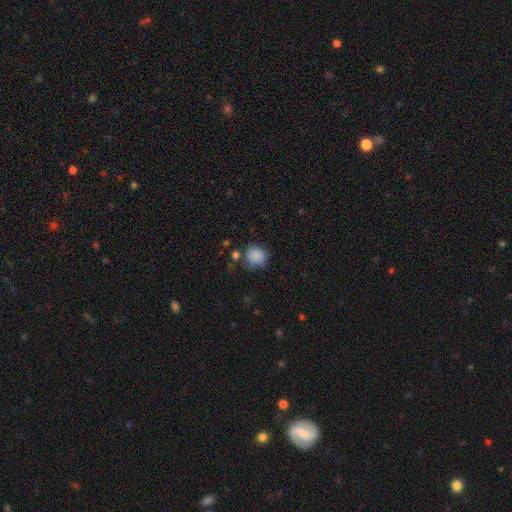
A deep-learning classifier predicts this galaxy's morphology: Q: Smooth or featured?
A: smooth (86%); runner-up: star or artifact (10%)
Q: How rounded?
A: round (85%); runner-up: in between (14%)
Q: Merging?
A: none (69%); runner-up: minor disturbance (19%)